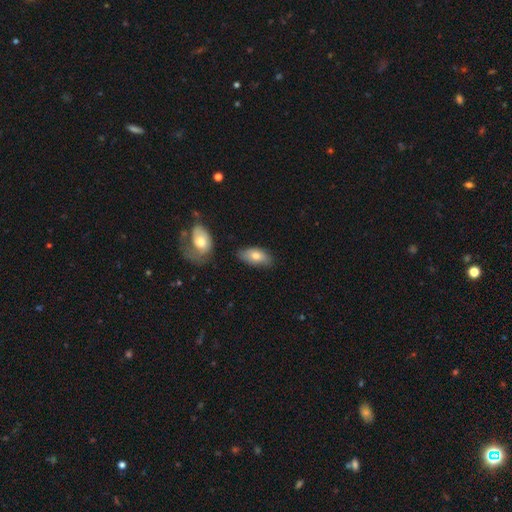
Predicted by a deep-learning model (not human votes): Overall: smooth (74%). How rounded: in between (91%). Merging: none (74%).